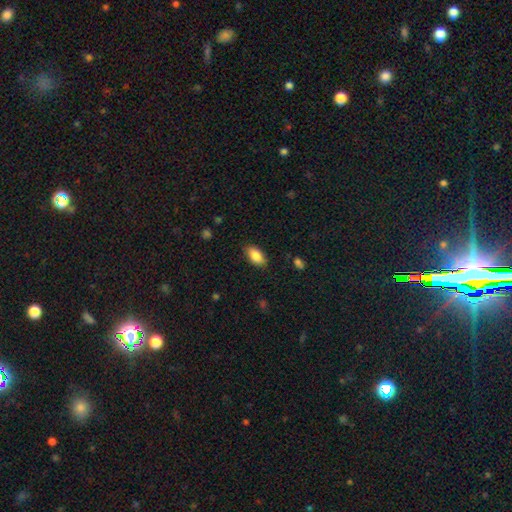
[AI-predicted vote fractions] Smooth or featured? Predicted: smooth (p=0.86). How rounded? Predicted: in between (p=0.92). Merging? Predicted: none (p=0.84).